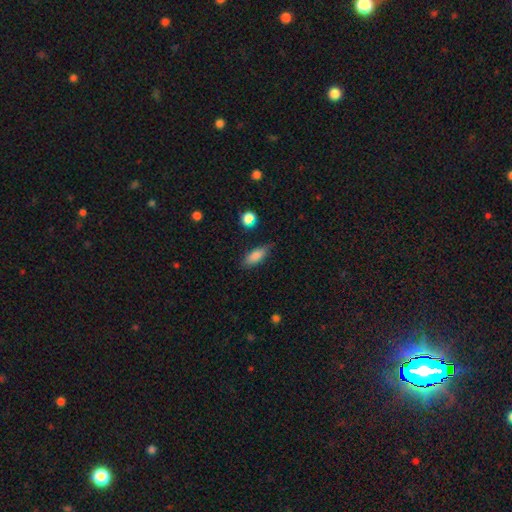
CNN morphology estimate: Overall: smooth (83%). How rounded: in between (73%). Merging: none (77%).